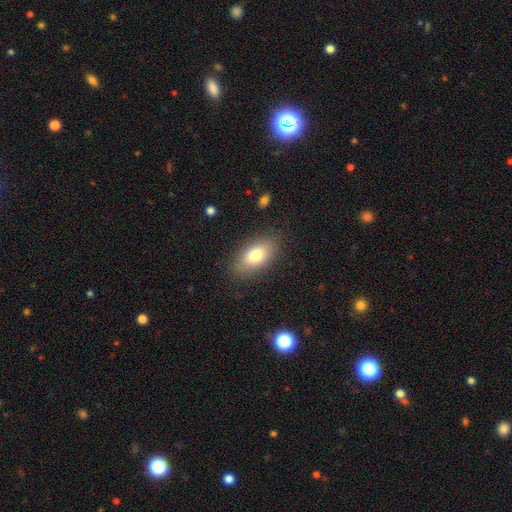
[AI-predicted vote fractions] Smooth or featured?
  - smooth: 77% *
  - featured or disk: 15%
  - star or artifact: 8%
How rounded?
  - in between: 89% *
  - round: 6%
  - cigar-shaped: 5%
Merging?
  - none: 84% *
  - minor disturbance: 11%
  - major disturbance: 4%
  - merger: 1%